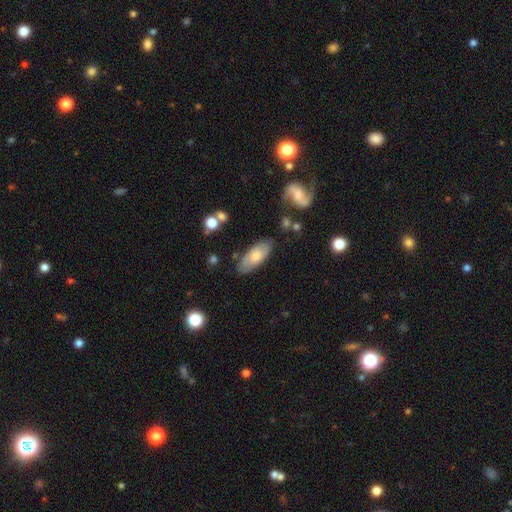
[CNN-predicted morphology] smooth 62%, featured or disk 32%, star or artifact 6%. Down the decision tree: how rounded — in between (82%); merging — none (77%).